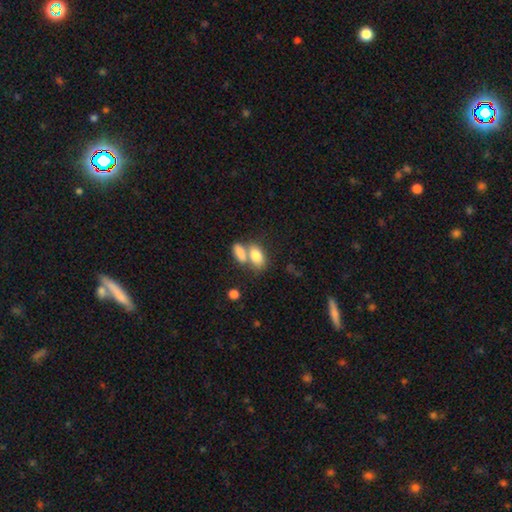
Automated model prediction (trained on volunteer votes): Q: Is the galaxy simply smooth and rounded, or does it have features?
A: smooth — 80%.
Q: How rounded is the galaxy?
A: in between — 87%.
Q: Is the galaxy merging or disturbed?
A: merger — 55%.